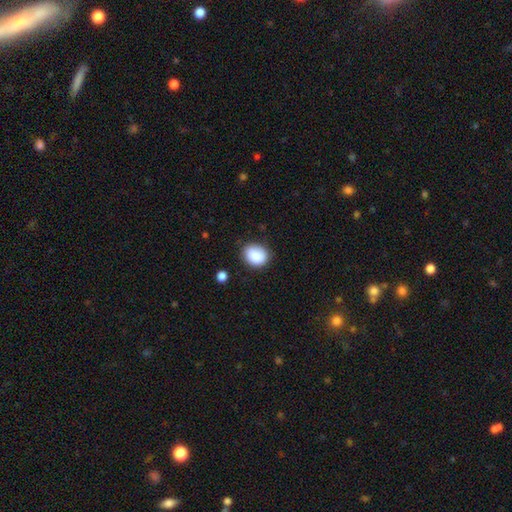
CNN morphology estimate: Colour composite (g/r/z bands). It shows a smooth galaxy with no disk features (88%) that is in between round and cigar-shaped (56%). Merging: none (80%).